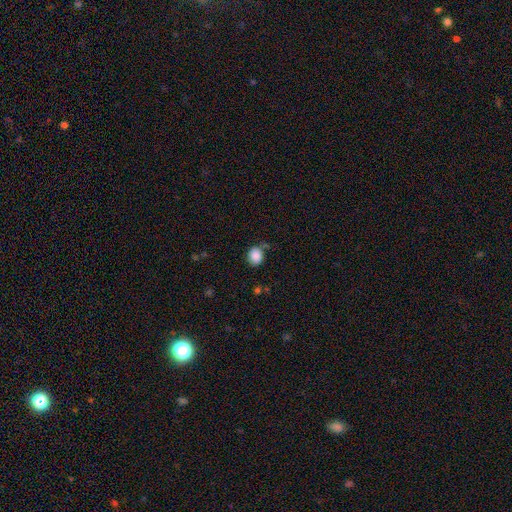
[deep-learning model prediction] Smooth or featured: smooth — 88% (star or artifact — 9%)
How rounded: round — 64% (in between — 35%)
Merging: none — 75% (minor disturbance — 16%)